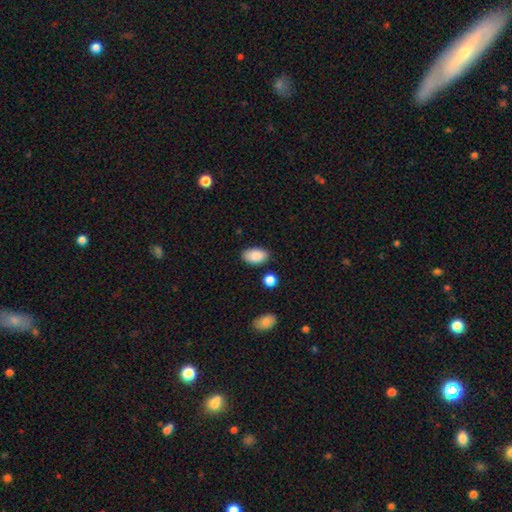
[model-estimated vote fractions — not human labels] Smooth or featured? Predicted: smooth (p=0.88). How rounded? Predicted: in between (p=0.93). Merging? Predicted: none (p=0.81).